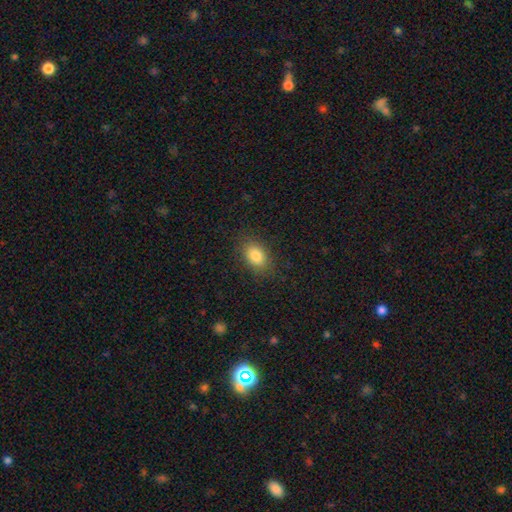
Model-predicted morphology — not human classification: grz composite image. It shows a smooth galaxy with no disk features (85%) that is in between round and cigar-shaped (83%). Merging: none (84%).